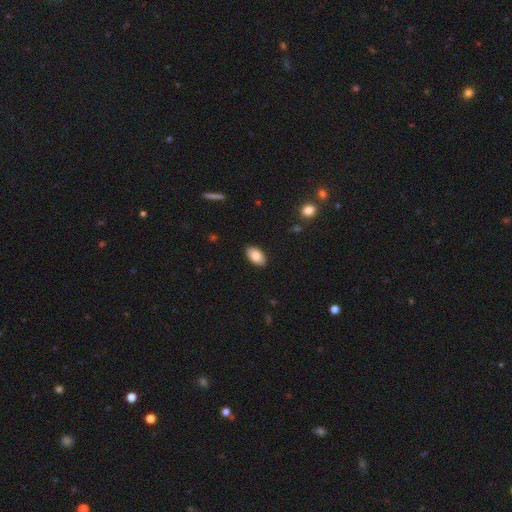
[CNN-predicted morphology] type=smooth (84%); roundness=in between (95%); merging=none (88%).